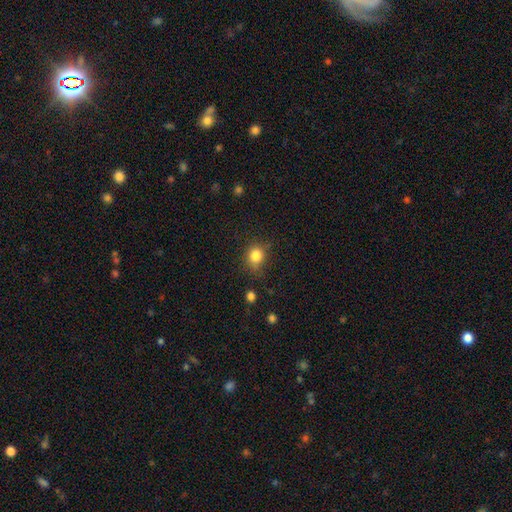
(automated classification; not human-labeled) Smooth or featured: smooth — 83% (star or artifact — 12%)
How rounded: round — 76% (in between — 23%)
Merging: none — 75% (minor disturbance — 18%)